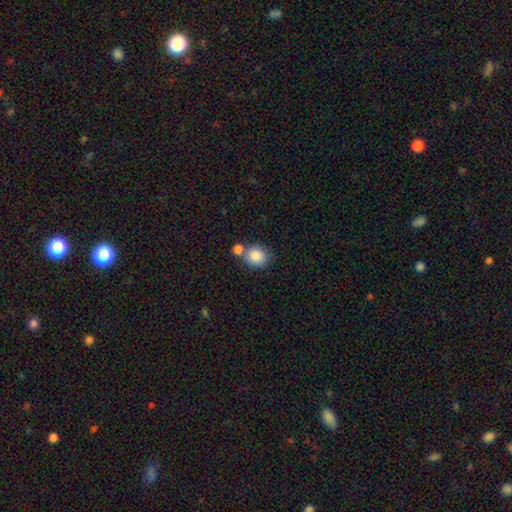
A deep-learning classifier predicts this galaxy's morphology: smooth_or_featured: smooth (p=0.86) [alt: star or artifact p=0.08]
how_rounded: round (p=0.72) [alt: in between p=0.27]
merging: none (p=0.56) [alt: merger p=0.30]